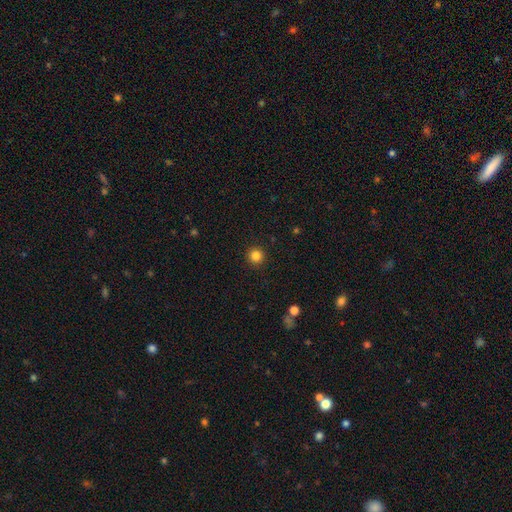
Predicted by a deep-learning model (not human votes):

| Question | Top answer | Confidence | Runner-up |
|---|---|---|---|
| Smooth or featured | smooth | 84% | star or artifact (12%) |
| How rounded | round | 96% | in between (3%) |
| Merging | none | 93% | minor disturbance (5%) |